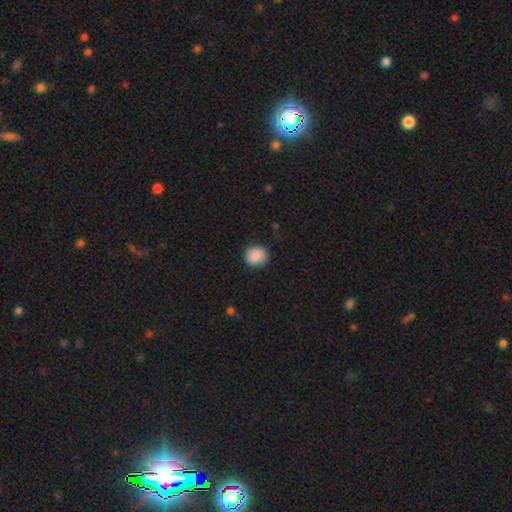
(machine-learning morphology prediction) Smooth or featured: smooth — 89% (star or artifact — 8%)
How rounded: round — 87% (in between — 12%)
Merging: none — 89% (minor disturbance — 7%)